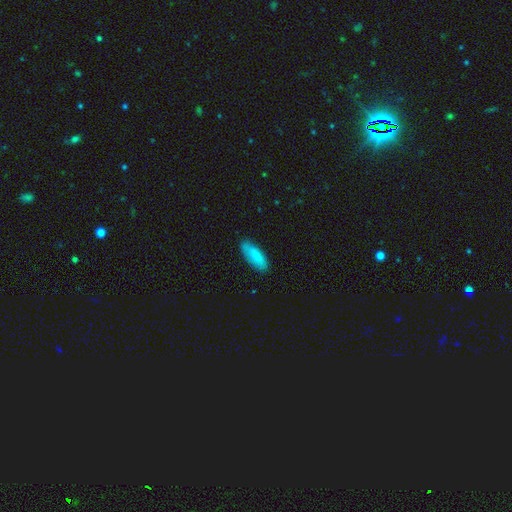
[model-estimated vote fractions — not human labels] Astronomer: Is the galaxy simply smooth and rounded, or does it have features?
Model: smooth — 84%.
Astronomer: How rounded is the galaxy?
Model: in between — 65%.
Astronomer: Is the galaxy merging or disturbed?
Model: none — 80%.